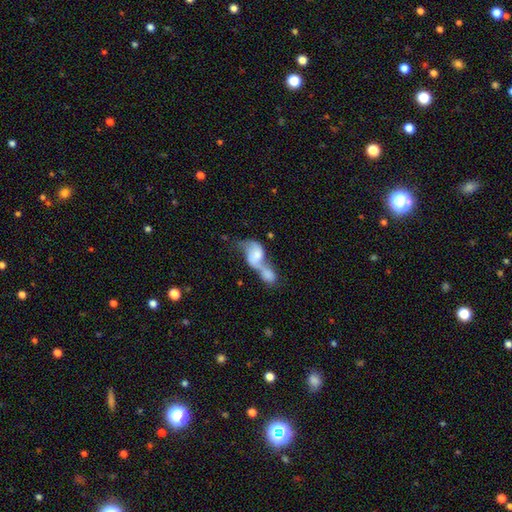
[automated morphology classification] A featured or disk galaxy (51%).

Vote fractions:
- Smooth or featured? featured or disk: 51% / smooth: 42% / star or artifact: 7%
- Edge-on disk? no: 95% / yes: 5%
- Merging? merger: 80% / none: 8% / major disturbance: 8% / minor disturbance: 5%